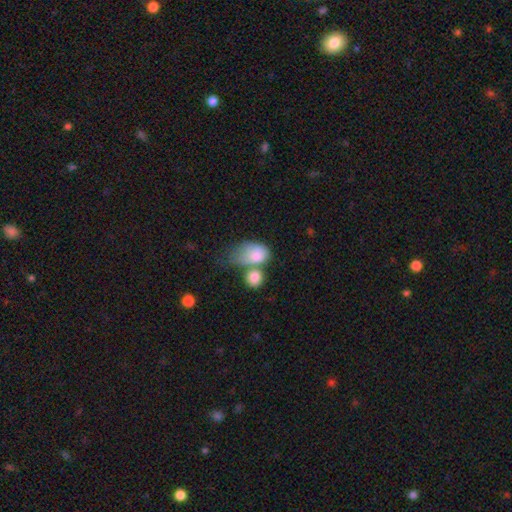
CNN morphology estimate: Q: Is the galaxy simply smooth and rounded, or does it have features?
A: smooth — 77%.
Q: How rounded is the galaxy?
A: in between — 74%.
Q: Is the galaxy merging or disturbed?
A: merger — 49%.